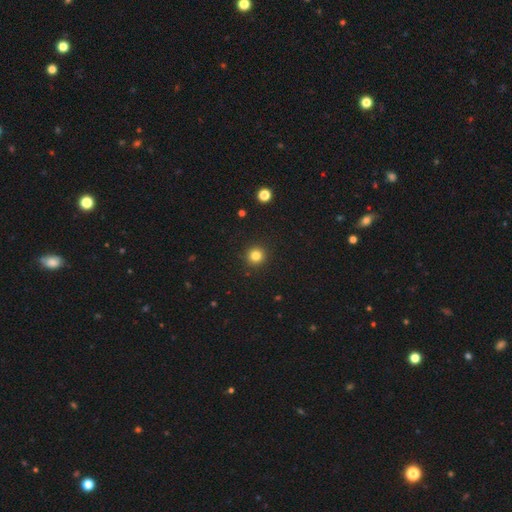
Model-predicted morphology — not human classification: Smooth or featured? Predicted: smooth (p=0.82). How rounded? Predicted: round (p=0.95). Merging? Predicted: none (p=0.93).